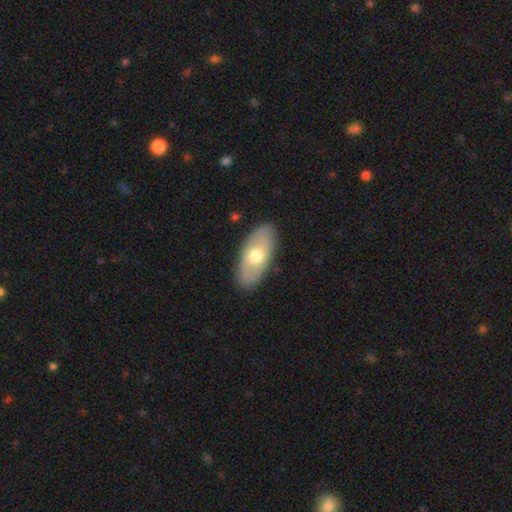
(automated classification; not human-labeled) This is possibly a smooth galaxy (52%). How rounded: clearly in between (89%). Merging: clearly none (88%).